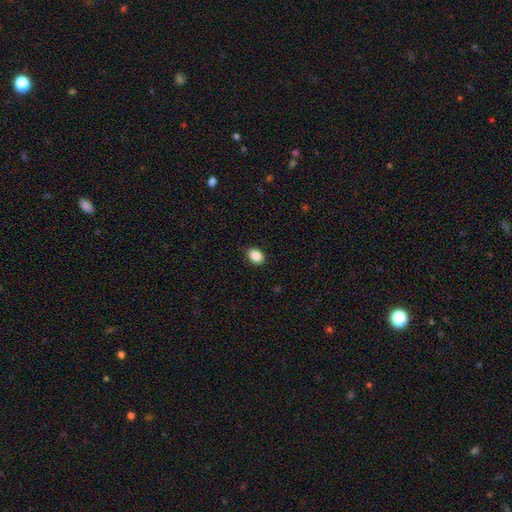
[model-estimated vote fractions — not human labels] Smooth or featured? Predicted: smooth (p=0.87). How rounded? Predicted: in between (p=0.70). Merging? Predicted: none (p=0.87).